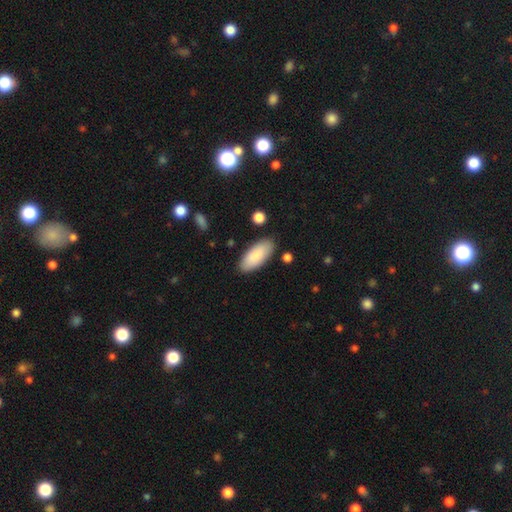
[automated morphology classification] A smooth galaxy with no disk features (87%) that is in between round and cigar-shaped (85%). Merging: none (86%).